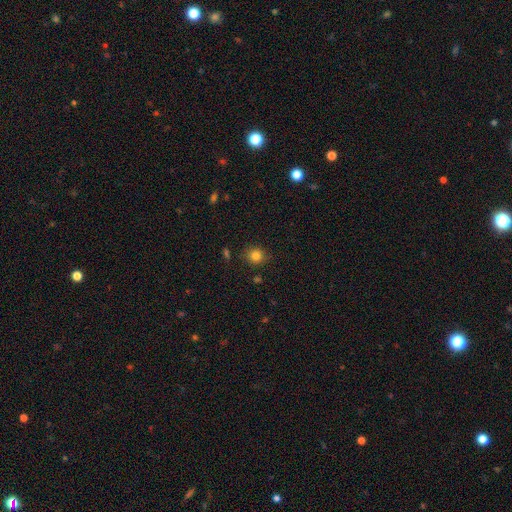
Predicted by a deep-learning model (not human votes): Overall: smooth (82%). How rounded: round (88%). Merging: none (85%).